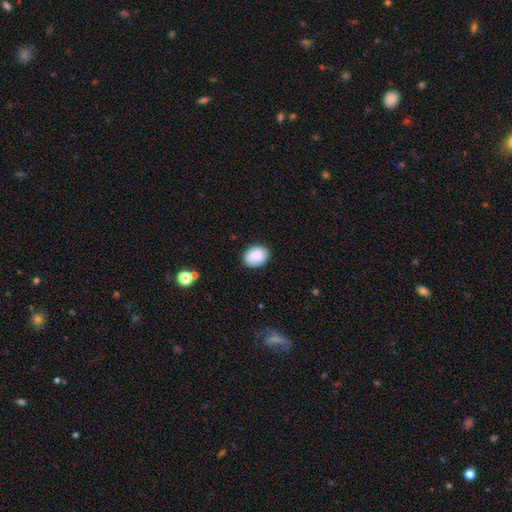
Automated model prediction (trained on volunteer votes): Smooth or featured: smooth — 88% (star or artifact — 7%)
How rounded: in between — 65% (round — 34%)
Merging: none — 86% (minor disturbance — 11%)